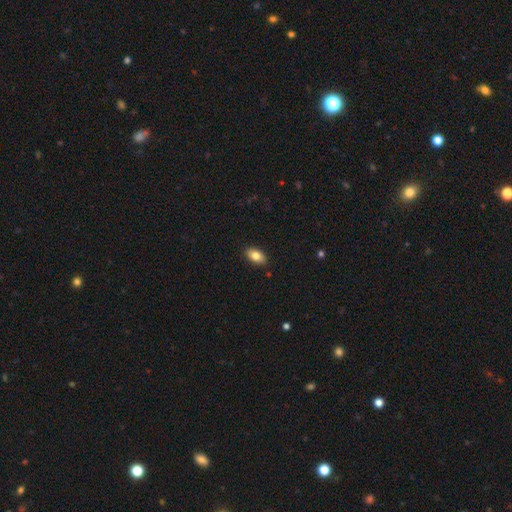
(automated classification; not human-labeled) A smooth galaxy with no disk features (83%) that is in between round and cigar-shaped (91%).

Vote fractions:
- Smooth or featured? smooth: 83% / featured or disk: 10% / star or artifact: 7%
- How rounded? in between: 91% / round: 6% / cigar-shaped: 3%
- Merging? none: 88% / minor disturbance: 9% / major disturbance: 2% / merger: 1%